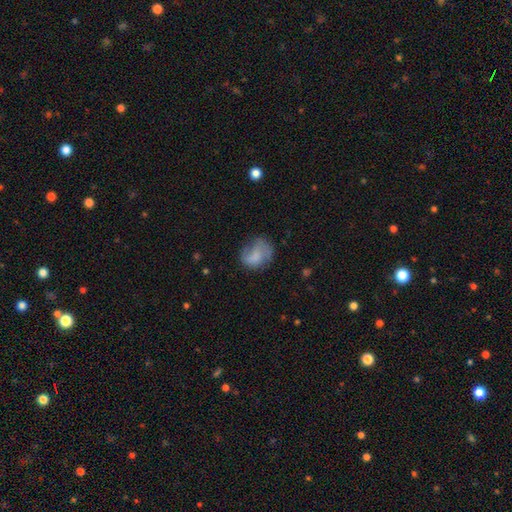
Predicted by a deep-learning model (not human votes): smooth-or-featured: smooth: 57% | featured or disk: 34% | star or artifact: 9%
  how-rounded: round: 53% | in between: 46% | cigar-shaped: 1%
  merging: none: 47% | minor disturbance: 27% | major disturbance: 23% | merger: 3%